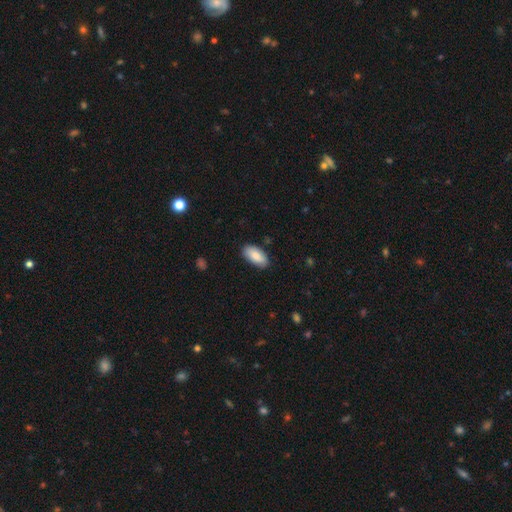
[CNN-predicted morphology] Overall: smooth (86%). How rounded: in between (92%). Merging: none (85%).